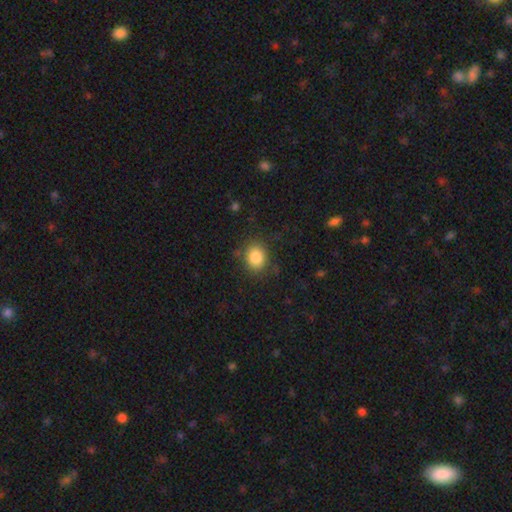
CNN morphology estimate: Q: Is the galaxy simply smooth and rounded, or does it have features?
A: smooth — 85%.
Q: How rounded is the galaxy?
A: round — 53%.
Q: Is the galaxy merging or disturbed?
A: none — 82%.